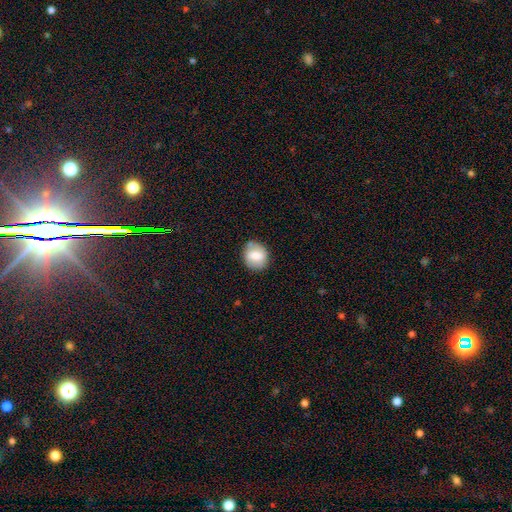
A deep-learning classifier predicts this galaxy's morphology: type=smooth (72%); roundness=round (72%); merging=none (76%).